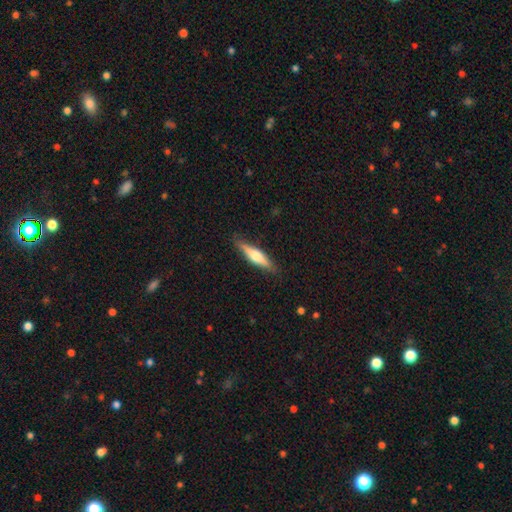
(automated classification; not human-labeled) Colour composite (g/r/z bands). It shows a featured or disk galaxy (49%). Merging: none (86%).